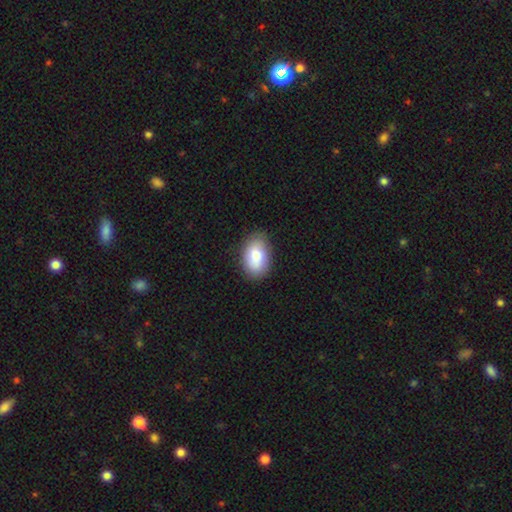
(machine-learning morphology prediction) smooth 81%, featured or disk 12%, star or artifact 7%. Down the decision tree: how rounded — in between (91%); merging — none (81%).